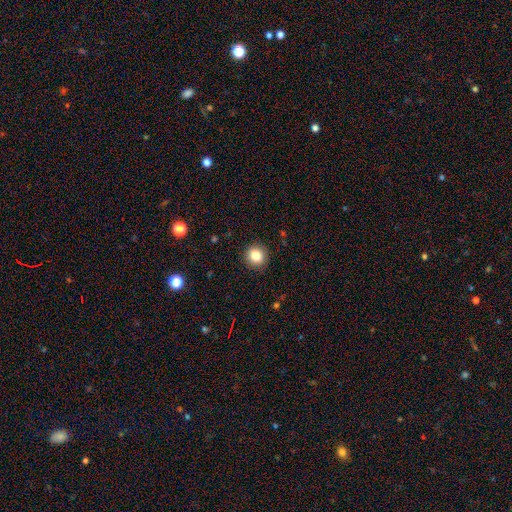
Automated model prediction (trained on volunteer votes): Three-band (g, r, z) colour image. It shows a smooth galaxy with no disk features (83%) that is round (86%). Merging: none (91%).